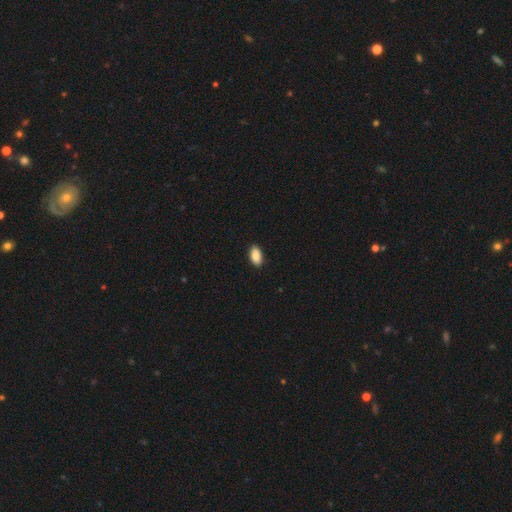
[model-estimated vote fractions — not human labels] A smooth galaxy with no disk features (89%) that is in between round and cigar-shaped (93%).

Vote fractions:
- Smooth or featured? smooth: 89% / star or artifact: 7% / featured or disk: 4%
- How rounded? in between: 93% / round: 3% / cigar-shaped: 3%
- Merging? none: 89% / minor disturbance: 8% / major disturbance: 2% / merger: 1%